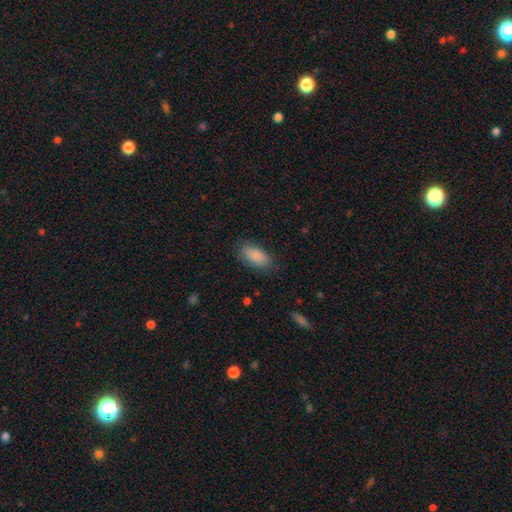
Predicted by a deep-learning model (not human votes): A smooth galaxy with no disk features (88%) that is in between round and cigar-shaped (89%).

Vote fractions:
- Smooth or featured? smooth: 88% / star or artifact: 7% / featured or disk: 6%
- How rounded? in between: 89% / cigar-shaped: 8% / round: 3%
- Merging? none: 80% / minor disturbance: 15% / major disturbance: 4% / merger: 1%